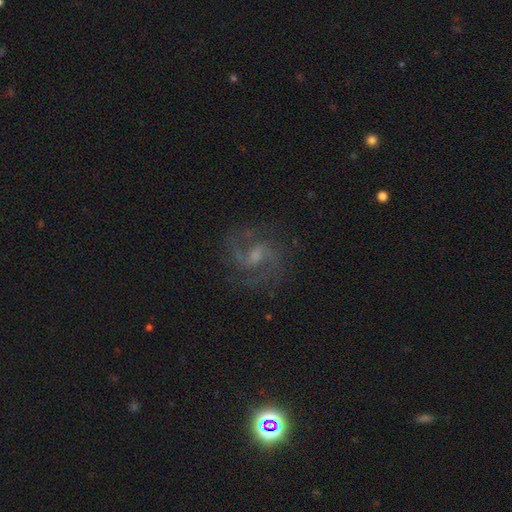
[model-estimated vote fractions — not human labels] Smooth or featured?
  - featured or disk: 87% *
  - star or artifact: 8%
  - smooth: 5%
Edge-on disk?
  - no: 98% *
  - yes: 2%
Bar?
  - weak: 58% *
  - no: 29%
  - strong: 13%
Spiral arms?
  - yes: 97% *
  - no: 3%
Spiral winding?
  - medium: 59% *
  - loose: 24%
  - tight: 17%
Spiral arm count?
  - 2: 83% *
  - 3: 7%
  - can't tell: 5%
  - 4: 2%
  - 1: 2%
  - more than 4: 2%
Bulge size?
  - small: 41% *
  - moderate: 35%
  - none: 19%
  - large: 4%
  - dominant: 1%
Merging?
  - none: 77% *
  - minor disturbance: 13%
  - major disturbance: 8%
  - merger: 1%